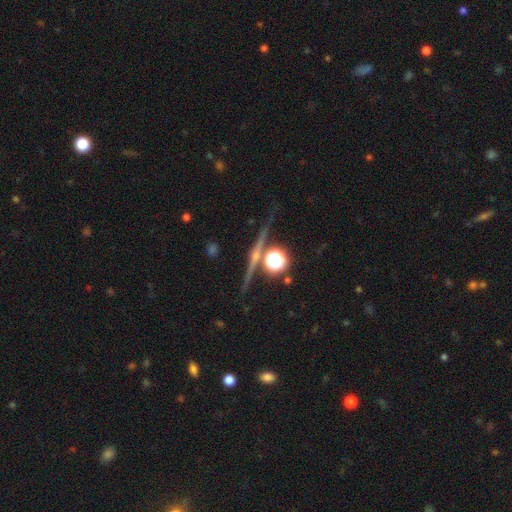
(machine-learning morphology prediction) The model was most divided on "smooth or featured": star or artifact: 45%, featured or disk: 37%, smooth: 19%.